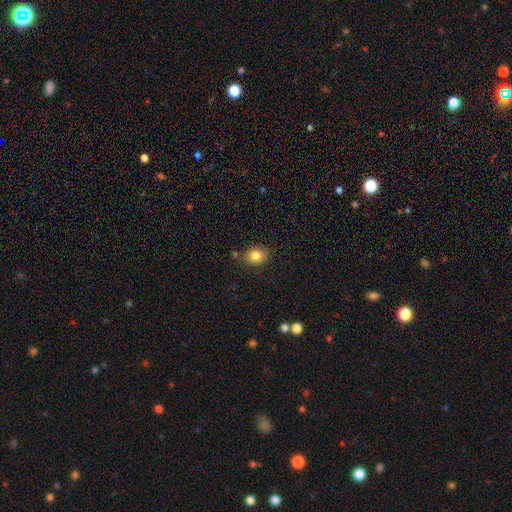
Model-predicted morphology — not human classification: Smooth or featured? smooth (84%)
How rounded? round (51%)
Merging? none (78%)